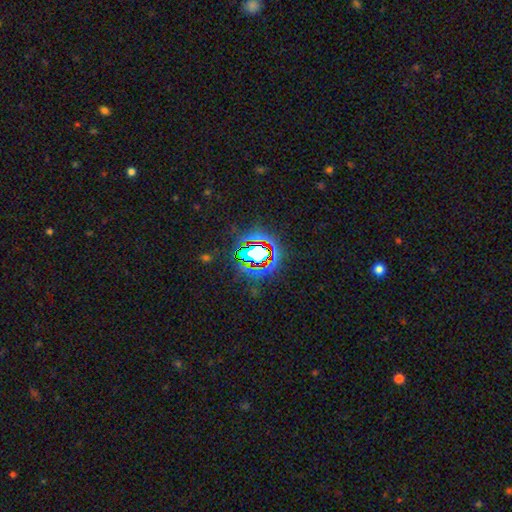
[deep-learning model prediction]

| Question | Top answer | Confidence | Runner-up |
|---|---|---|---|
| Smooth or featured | star or artifact | 70% | smooth (18%) |